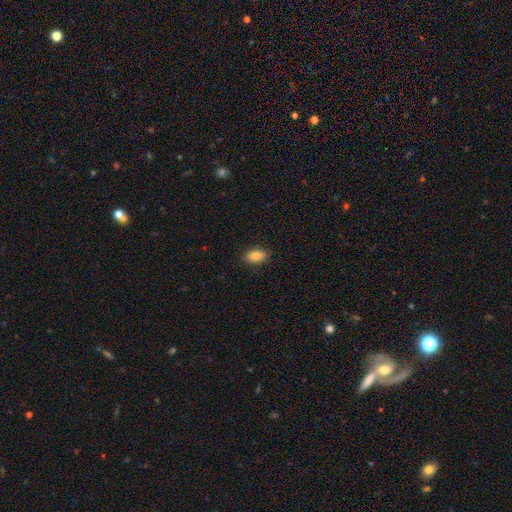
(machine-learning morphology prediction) A smooth galaxy with no disk features (85%) that is in between round and cigar-shaped (90%). Merging: none (89%).